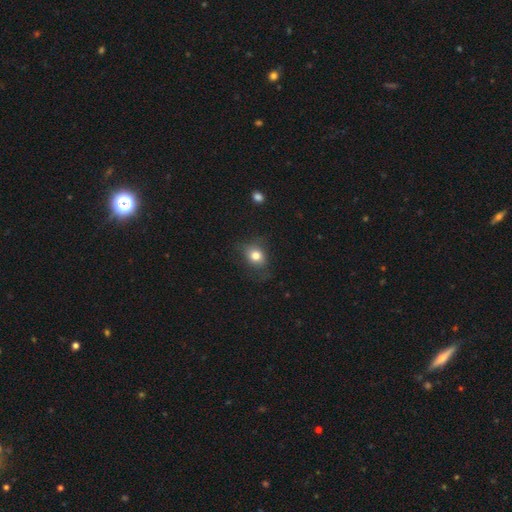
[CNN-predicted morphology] This appears to be a smooth galaxy with no disk features (79%) that is round (59%). Merging: none (68%).